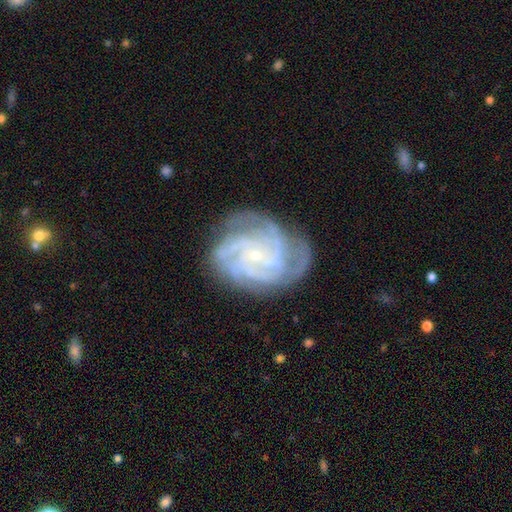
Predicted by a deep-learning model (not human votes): The model was most divided on "spiral arm count": 4: 39%, 3: 18%, can't tell: 16%, more than 4: 14%, 2: 7%, 1: 6%. More confident: edge-on disk — no (98%); spiral arms — yes (97%); smooth or featured — featured or disk (87%); bulge size — small (85%); merging — none (74%); bar — no (70%); spiral winding — tight (66%).